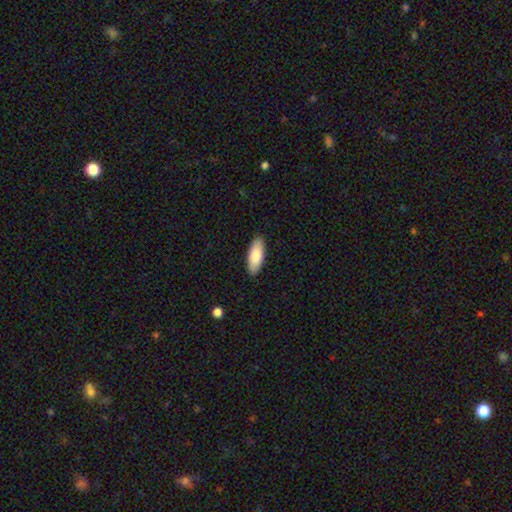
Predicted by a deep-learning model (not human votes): Smooth or featured?
  - smooth: 84% *
  - featured or disk: 11%
  - star or artifact: 5%
How rounded?
  - in between: 78% *
  - cigar-shaped: 21%
  - round: 2%
Merging?
  - none: 90% *
  - minor disturbance: 8%
  - major disturbance: 2%
  - merger: 1%